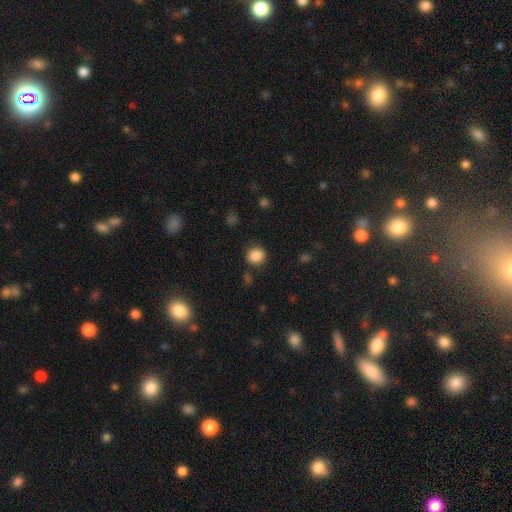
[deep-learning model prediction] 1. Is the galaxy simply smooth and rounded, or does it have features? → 87% smooth, 10% star or artifact, 3% featured or disk.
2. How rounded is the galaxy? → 85% round, 14% in between, 1% cigar-shaped.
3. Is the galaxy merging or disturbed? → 84% none, 10% minor disturbance, 3% major disturbance, 3% merger.